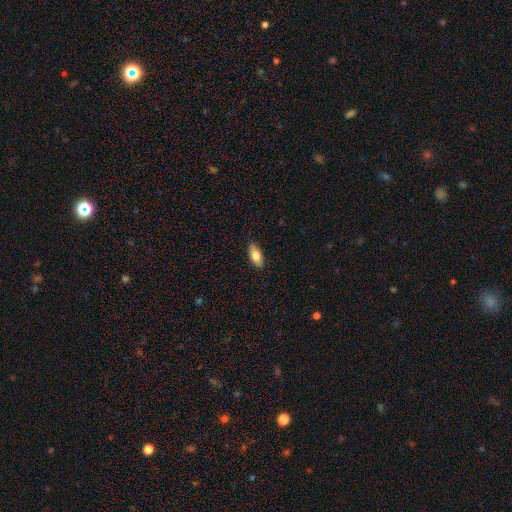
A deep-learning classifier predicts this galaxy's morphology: A smooth galaxy with no disk features (77%) that is in between round and cigar-shaped (83%).

Vote fractions:
- Smooth or featured? smooth: 77% / featured or disk: 17% / star or artifact: 6%
- How rounded? in between: 83% / cigar-shaped: 15% / round: 3%
- Merging? none: 87% / minor disturbance: 10% / major disturbance: 2% / merger: 1%